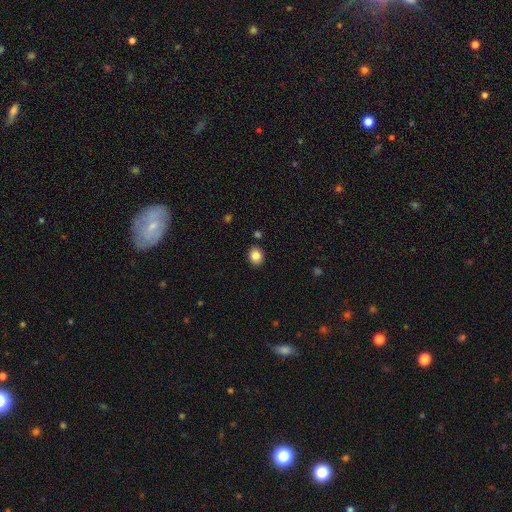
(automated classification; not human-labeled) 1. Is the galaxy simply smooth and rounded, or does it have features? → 84% smooth, 10% star or artifact, 6% featured or disk.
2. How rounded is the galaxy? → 66% round, 33% in between, 1% cigar-shaped.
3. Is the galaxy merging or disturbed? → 88% none, 7% minor disturbance, 3% merger, 2% major disturbance.